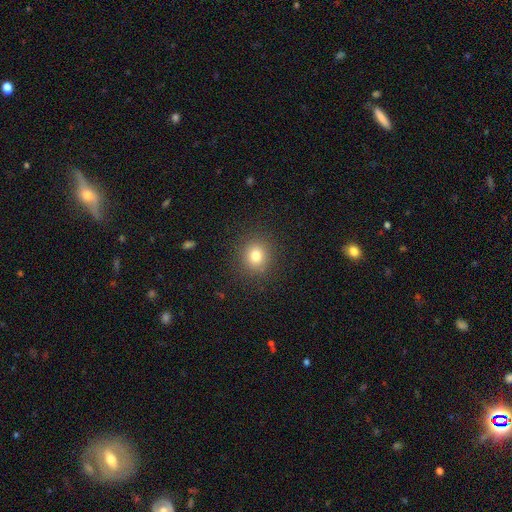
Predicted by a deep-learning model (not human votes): smooth_or_featured: smooth (p=0.79) [alt: star or artifact p=0.13]
how_rounded: round (p=0.86) [alt: in between p=0.13]
merging: none (p=0.89) [alt: minor disturbance p=0.07]